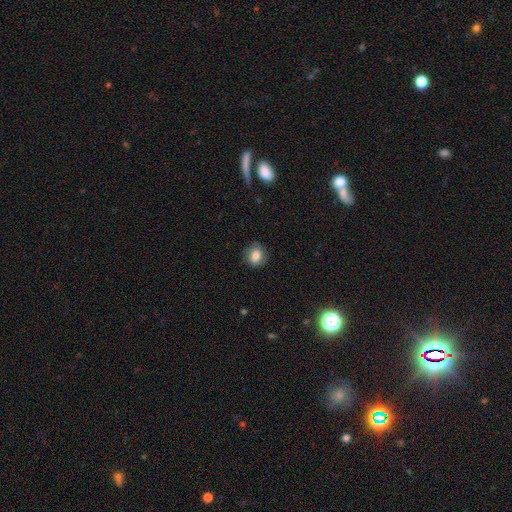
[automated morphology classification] Smooth or featured: smooth — 75% (featured or disk — 15%)
How rounded: round — 59% (in between — 40%)
Merging: none — 79% (minor disturbance — 16%)